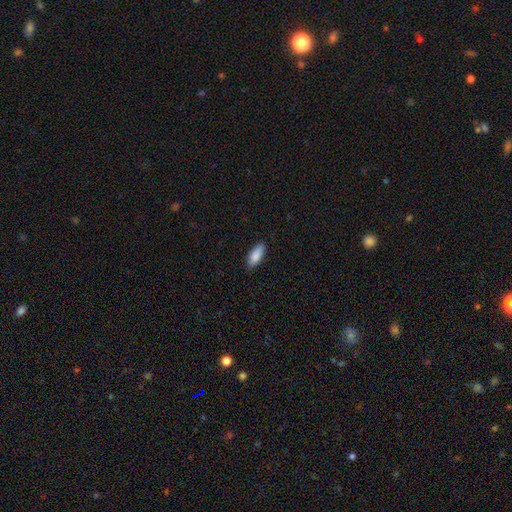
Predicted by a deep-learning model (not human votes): smooth-or-featured: smooth: 89% | star or artifact: 6% | featured or disk: 5%
  how-rounded: in between: 78% | cigar-shaped: 20% | round: 2%
  merging: none: 86% | minor disturbance: 11% | major disturbance: 2% | merger: 1%